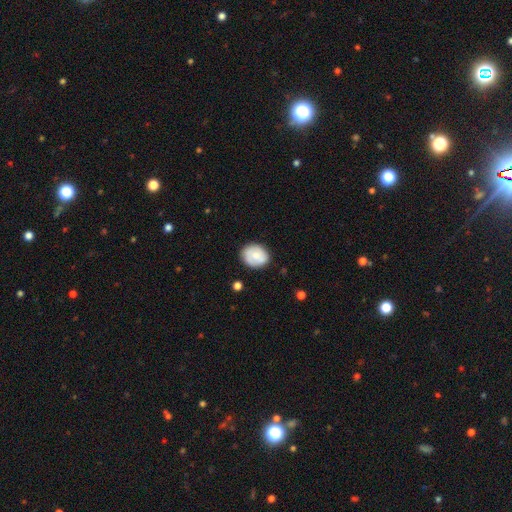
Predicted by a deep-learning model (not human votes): Smooth or featured? Predicted: smooth (p=0.69). How rounded? Predicted: round (p=0.60). Merging? Predicted: none (p=0.80).